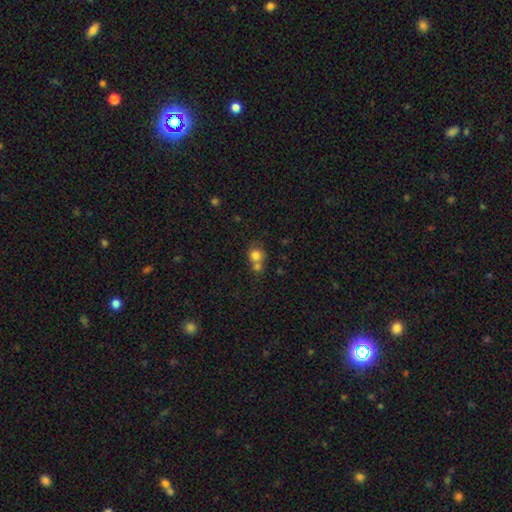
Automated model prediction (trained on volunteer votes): Overall: smooth (78%). How rounded: round (83%). Merging: merger (48%; none 40%).